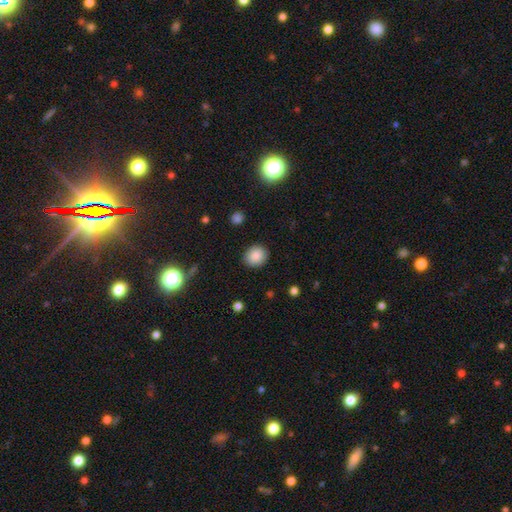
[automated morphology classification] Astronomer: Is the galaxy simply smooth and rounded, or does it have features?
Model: smooth — 87%.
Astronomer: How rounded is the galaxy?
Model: round — 76%.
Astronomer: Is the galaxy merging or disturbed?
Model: none — 88%.